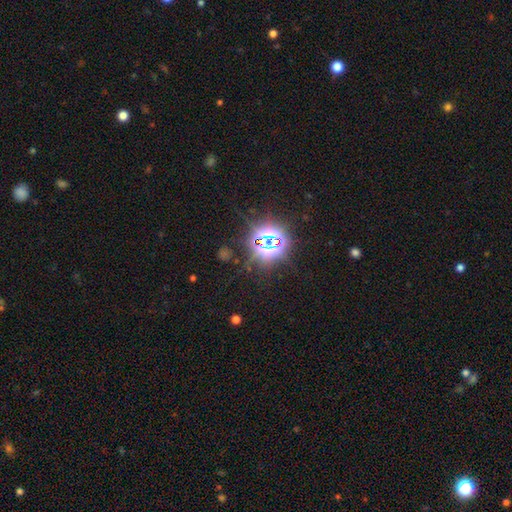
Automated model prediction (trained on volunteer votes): Q: Smooth or featured?
A: star or artifact (75%); runner-up: smooth (20%)